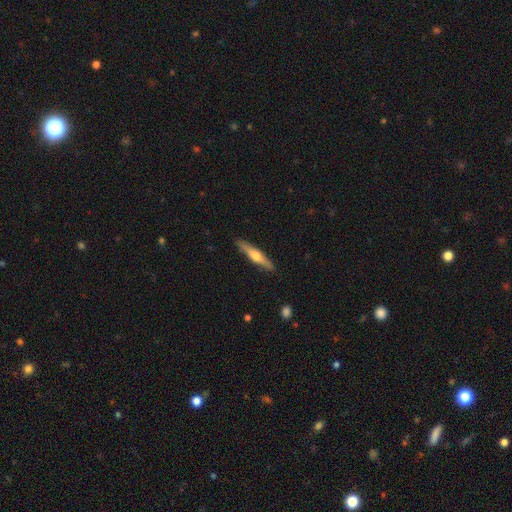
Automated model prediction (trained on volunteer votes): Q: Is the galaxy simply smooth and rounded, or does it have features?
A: featured or disk — 55%.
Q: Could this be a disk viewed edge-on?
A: yes — 95%.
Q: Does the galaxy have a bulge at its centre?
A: rounded — 87%.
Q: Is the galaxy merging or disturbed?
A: none — 89%.